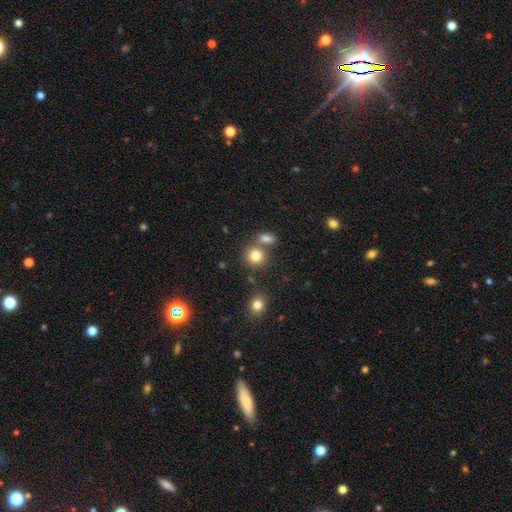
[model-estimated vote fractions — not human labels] smooth-or-featured: smooth: 81% | star or artifact: 12% | featured or disk: 7%
  how-rounded: round: 82% | in between: 17% | cigar-shaped: 1%
  merging: none: 65% | merger: 22% | minor disturbance: 9% | major disturbance: 4%